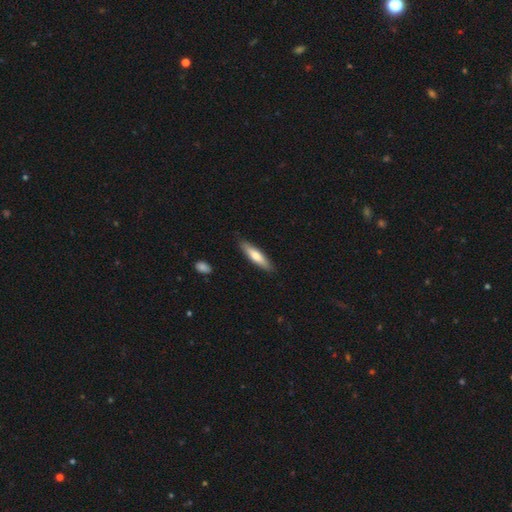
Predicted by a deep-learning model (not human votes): Q: Smooth or featured?
A: smooth (68%); runner-up: featured or disk (27%)
Q: How rounded?
A: cigar-shaped (75%); runner-up: in between (24%)
Q: Merging?
A: none (88%); runner-up: minor disturbance (9%)